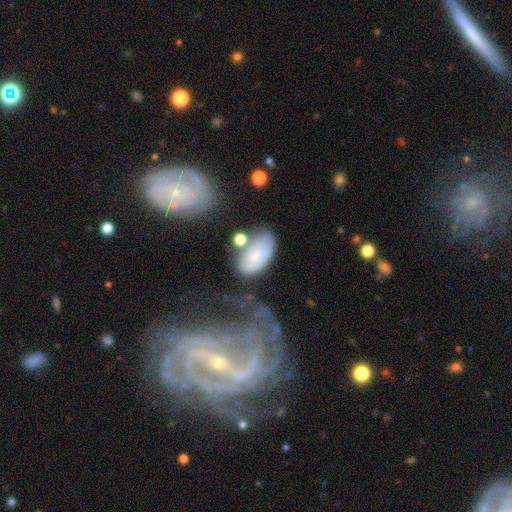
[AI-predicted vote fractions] Smooth or featured: smooth — 59% (featured or disk — 33%)
How rounded: in between — 91% (round — 7%)
Merging: none — 48% (minor disturbance — 24%)